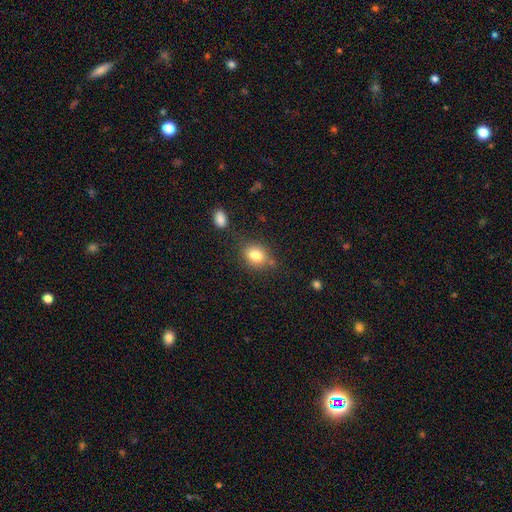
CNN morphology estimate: Smooth or featured?
  - smooth: 81% *
  - star or artifact: 10%
  - featured or disk: 9%
How rounded?
  - round: 51% *
  - in between: 48%
  - cigar-shaped: 1%
Merging?
  - none: 71% *
  - minor disturbance: 16%
  - merger: 8%
  - major disturbance: 5%